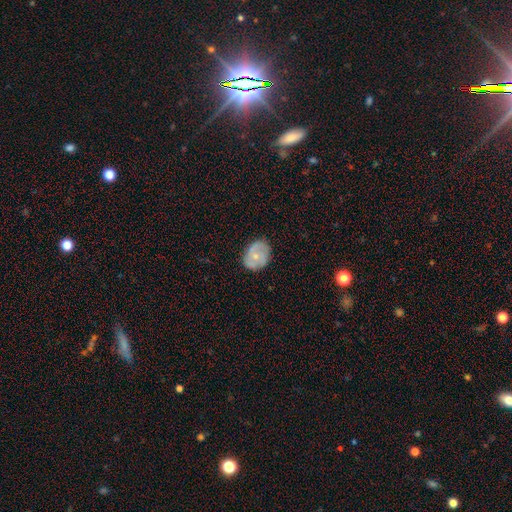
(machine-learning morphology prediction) Overall: smooth (48%; featured or disk 46%). Merging: none (74%).